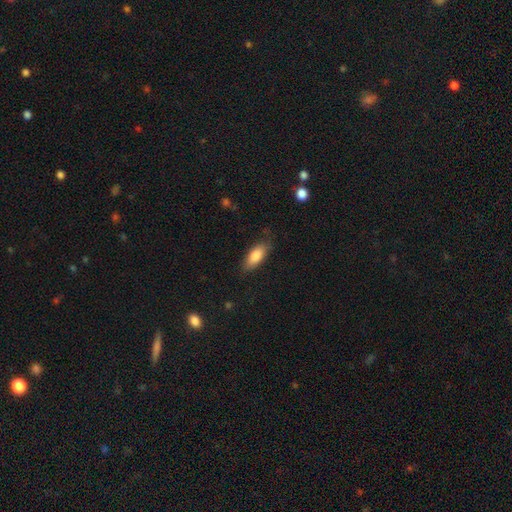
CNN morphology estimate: Q: Smooth or featured?
A: smooth (83%); runner-up: featured or disk (11%)
Q: How rounded?
A: in between (79%); runner-up: cigar-shaped (19%)
Q: Merging?
A: none (75%); runner-up: minor disturbance (19%)